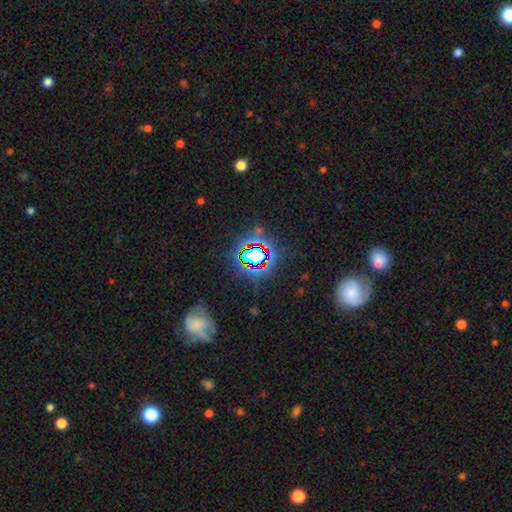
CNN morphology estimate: A star or artifact, not a galaxy (74%).

Vote fractions:
- Smooth or featured? star or artifact: 74% / smooth: 15% / featured or disk: 10%